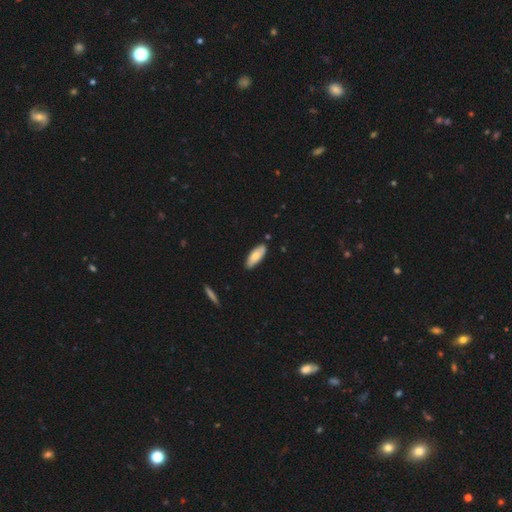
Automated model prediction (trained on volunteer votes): Q: Smooth or featured?
A: smooth (75%); runner-up: featured or disk (20%)
Q: How rounded?
A: in between (74%); runner-up: cigar-shaped (25%)
Q: Merging?
A: none (84%); runner-up: minor disturbance (13%)